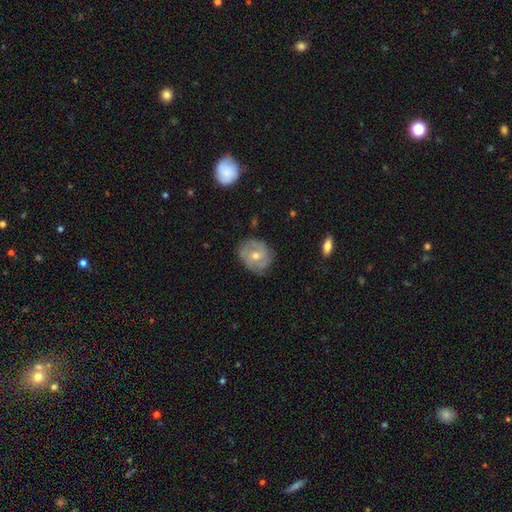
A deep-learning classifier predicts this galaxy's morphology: Overall: featured or disk (65%; smooth 27%). Edge-on disk: no (96%). Bar: no (63%; weak 31%). Spiral arms: yes (84%). Spiral arm count: can't tell (33%; 2 32%). Spiral winding: tight (53%; medium 35%). Bulge size: moderate (61%; small 35%). Merging: none (76%).